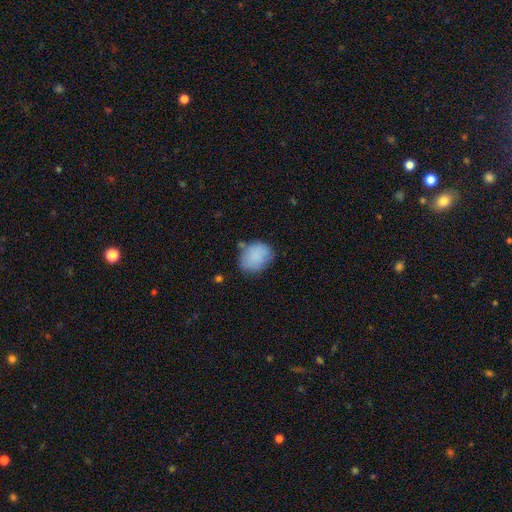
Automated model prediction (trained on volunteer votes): smooth 84%, featured or disk 9%, star or artifact 7%. Down the decision tree: how rounded — round (55%); merging — none (68%).